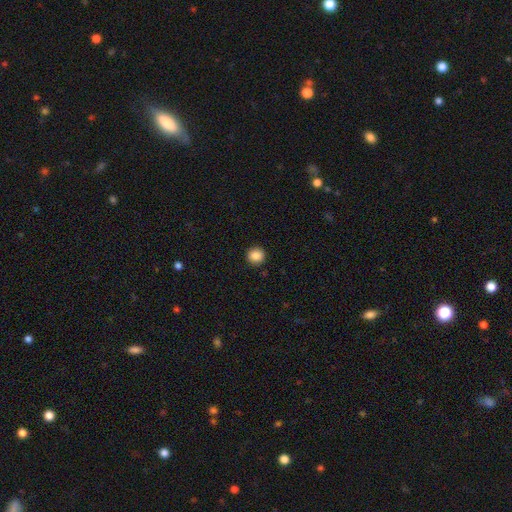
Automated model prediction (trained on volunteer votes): Smooth or featured?
  - smooth: 87% *
  - star or artifact: 10%
  - featured or disk: 4%
How rounded?
  - round: 91% *
  - in between: 8%
  - cigar-shaped: 1%
Merging?
  - none: 91% *
  - minor disturbance: 6%
  - major disturbance: 2%
  - merger: 1%